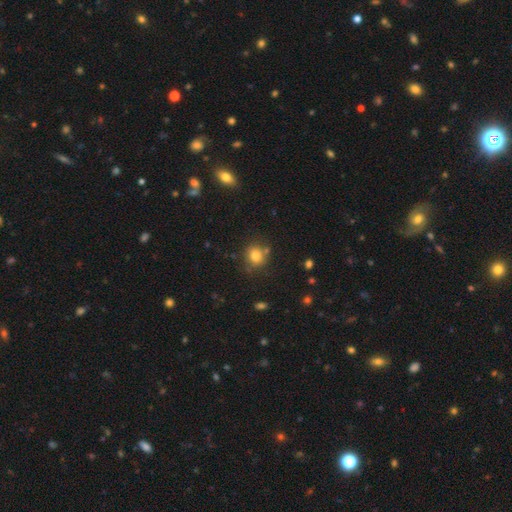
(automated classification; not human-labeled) Morphology: type=smooth (79%); roundness=round (80%); merging=none (76%).